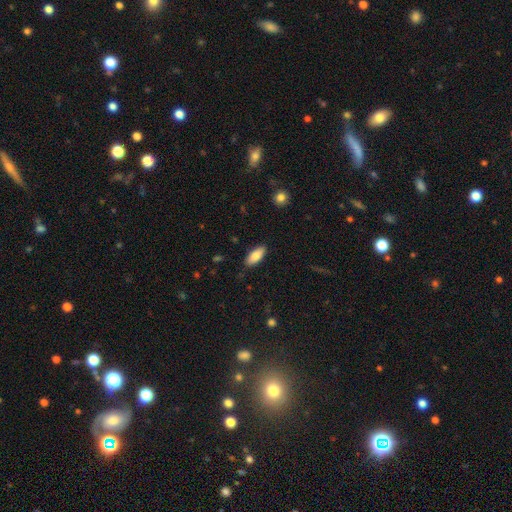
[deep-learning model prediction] Smooth or featured? Predicted: smooth (p=0.86). How rounded? Predicted: in between (p=0.84). Merging? Predicted: none (p=0.87).